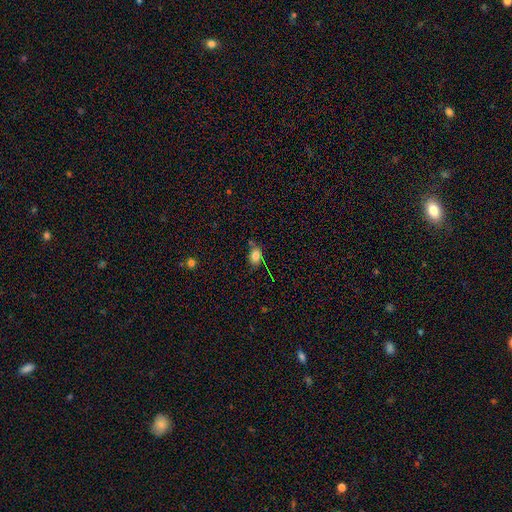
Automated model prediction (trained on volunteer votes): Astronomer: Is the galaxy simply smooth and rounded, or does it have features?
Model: smooth — 79%.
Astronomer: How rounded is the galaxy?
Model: in between — 74%.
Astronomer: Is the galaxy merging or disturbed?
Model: none — 65%.